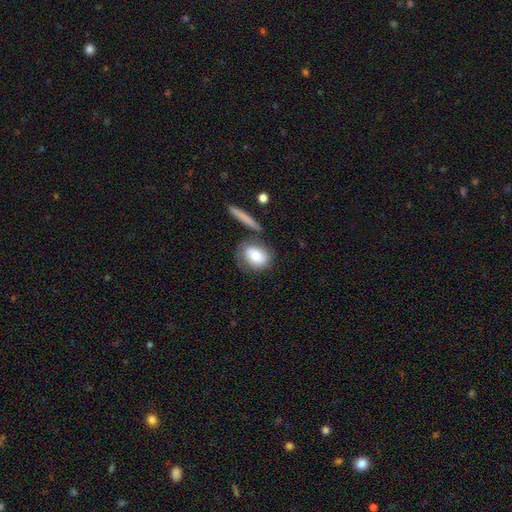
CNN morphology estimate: type=smooth (72%); roundness=in between (63%); merging=none (54%).